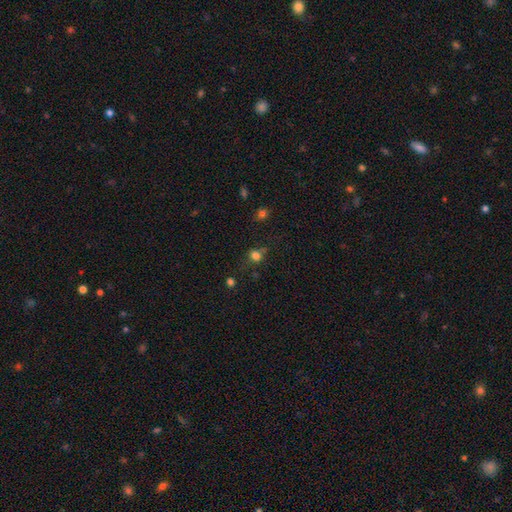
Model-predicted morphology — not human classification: This is likely a smooth galaxy (72%). How rounded: likely round (78%). Merging: likely none (60%).